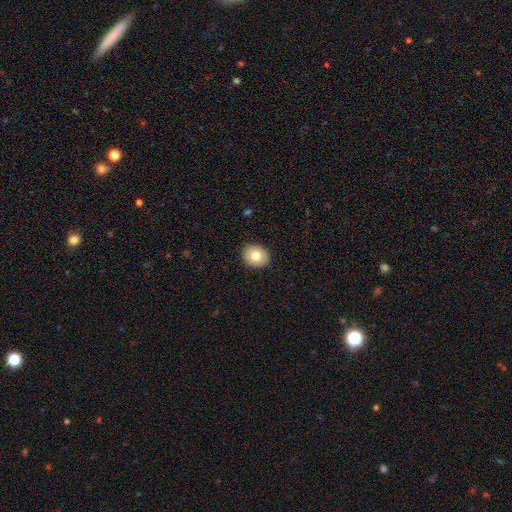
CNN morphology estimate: Smooth or featured: smooth — 77% (featured or disk — 14%)
How rounded: round — 75% (in between — 24%)
Merging: none — 90% (minor disturbance — 7%)